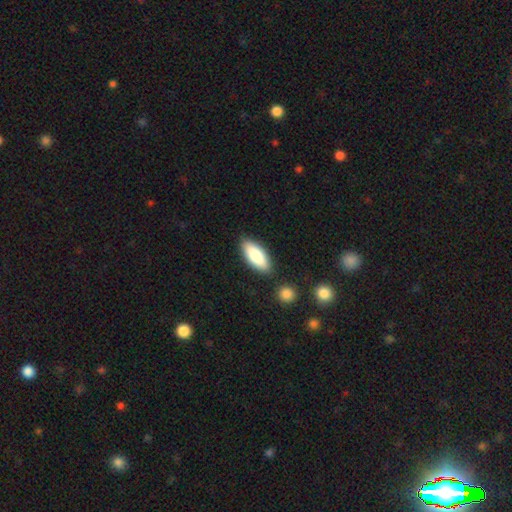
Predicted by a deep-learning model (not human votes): smooth-or-featured: smooth: 83% | featured or disk: 12% | star or artifact: 6%
  how-rounded: in between: 80% | cigar-shaped: 18% | round: 2%
  merging: none: 83% | minor disturbance: 10% | merger: 4% | major disturbance: 2%